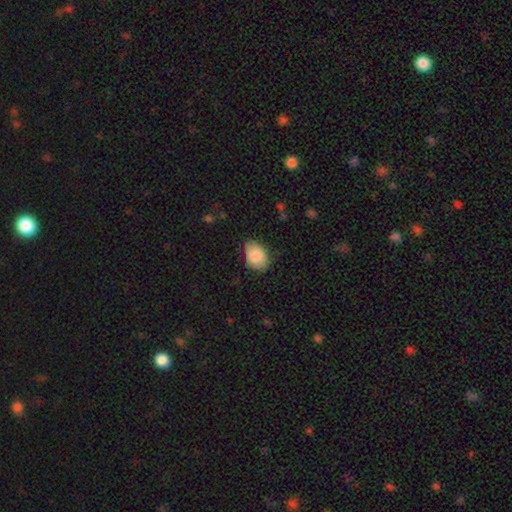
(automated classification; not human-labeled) Overall: smooth (88%). How rounded: in between (77%). Merging: none (75%).